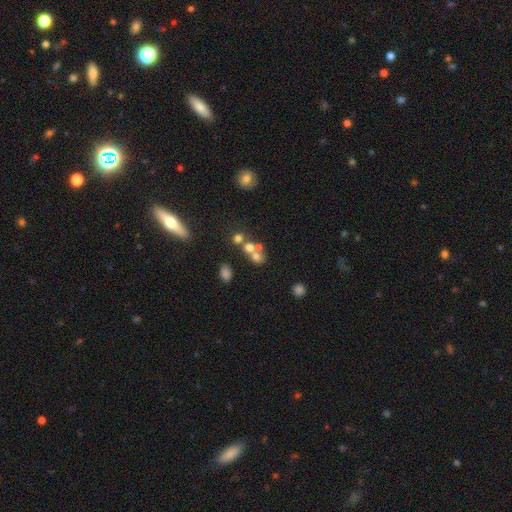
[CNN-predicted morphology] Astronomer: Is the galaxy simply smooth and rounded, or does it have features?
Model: smooth — 62%.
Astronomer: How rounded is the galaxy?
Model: round — 67%.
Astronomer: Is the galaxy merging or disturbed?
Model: merger — 56% (runner-up: none, 31%).